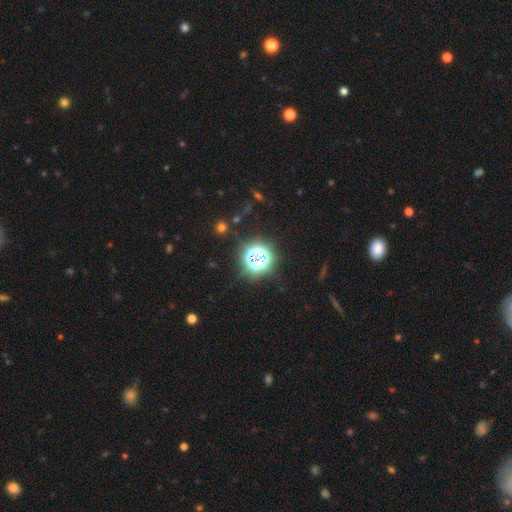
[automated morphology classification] Smooth or featured: star or artifact — 69% (smooth — 22%)